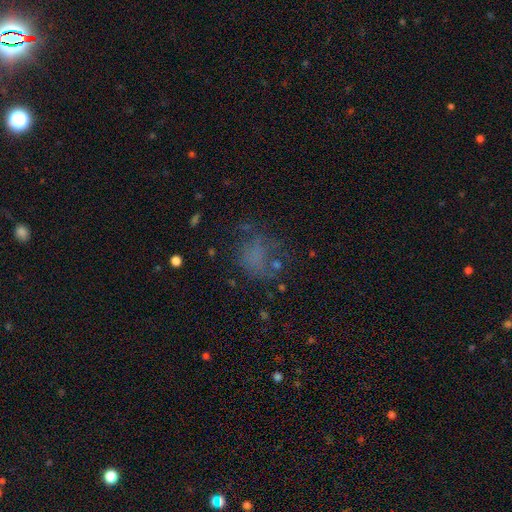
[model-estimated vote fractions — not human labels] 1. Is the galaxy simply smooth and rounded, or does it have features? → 53% smooth, 24% featured or disk, 23% star or artifact.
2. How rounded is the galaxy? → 55% round, 43% in between, 2% cigar-shaped.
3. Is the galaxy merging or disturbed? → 50% none, 25% major disturbance, 20% minor disturbance, 5% merger.